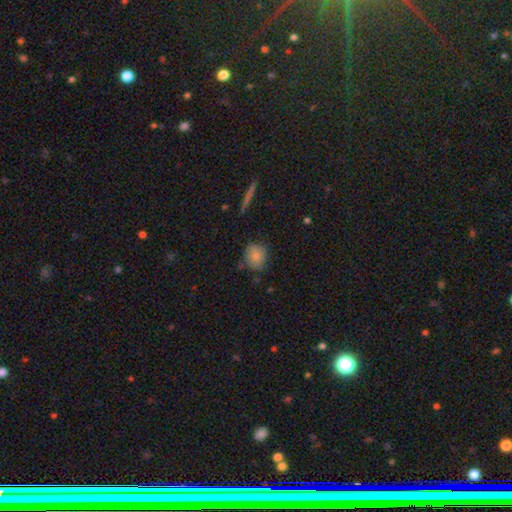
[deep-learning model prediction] Overall: smooth (84%). How rounded: round (75%). Merging: none (73%).